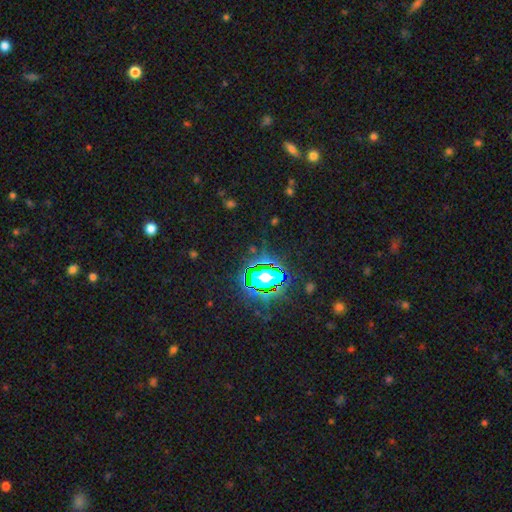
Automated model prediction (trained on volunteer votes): Smooth or featured? star or artifact (82%)